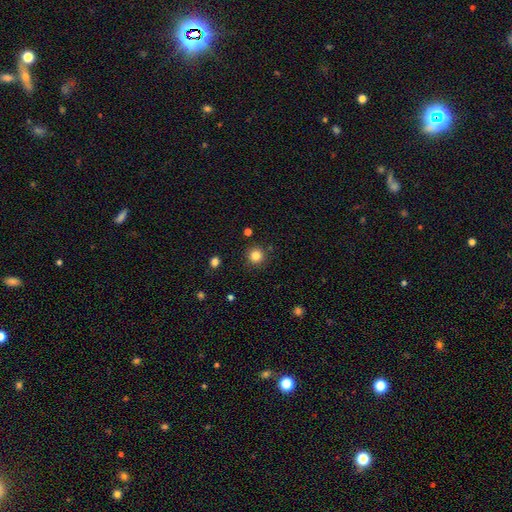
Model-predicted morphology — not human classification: type=smooth (83%); roundness=round (94%); merging=none (90%).